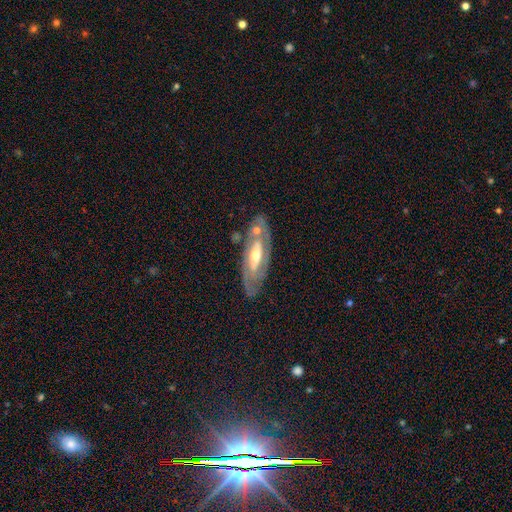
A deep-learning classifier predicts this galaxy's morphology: smooth_or_featured: featured or disk (p=0.79) [alt: smooth p=0.16]
disk_edge_on: no (p=0.84) [alt: yes p=0.16]
bar: no (p=0.52) [alt: weak p=0.31]
has_spiral_arms: yes (p=0.75) [alt: no p=0.25]
bulge_size: moderate (p=0.65) [alt: small p=0.28]
merging: none (p=0.72) [alt: minor disturbance p=0.16]